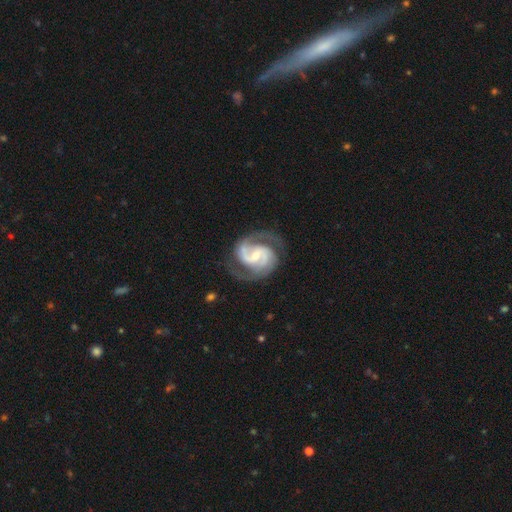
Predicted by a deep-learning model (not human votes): The model was most divided on "bulge size": small: 51%, moderate: 42%, none: 3%, large: 2%, dominant: 1%. Remaining: spiral arms — yes (98%); edge-on disk — no (98%); smooth or featured — featured or disk (92%); spiral arm count — 2 (83%); merging — none (76%); spiral winding — medium (54%); bar — weak (48%).